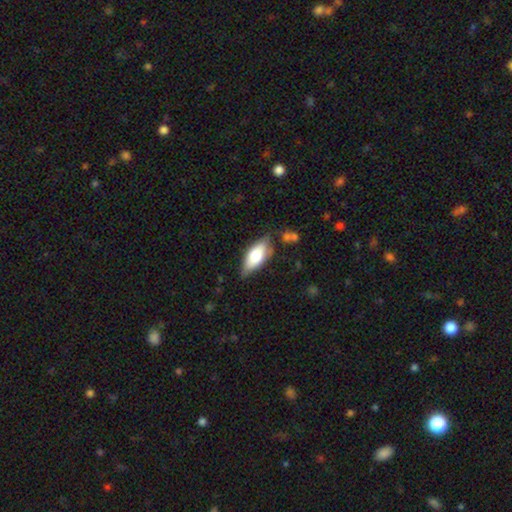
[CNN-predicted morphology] smooth 67%, featured or disk 26%, star or artifact 6%. Down the decision tree: how rounded — in between (81%); merging — none (69%).